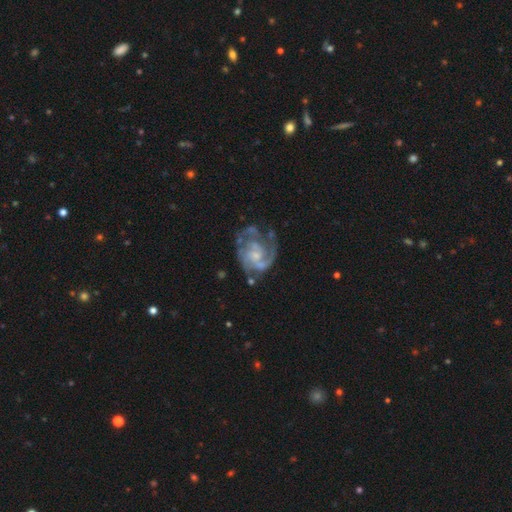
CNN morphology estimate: Overall: featured or disk (87%). Edge-on disk: no (98%). Bar: no (64%; weak 31%). Spiral arms: yes (94%). Spiral arm count: 2 (33%; 3 28%). Spiral winding: medium (45%; tight 40%). Bulge size: small (60%; moderate 25%). Merging: none (51%; major disturbance 23%).